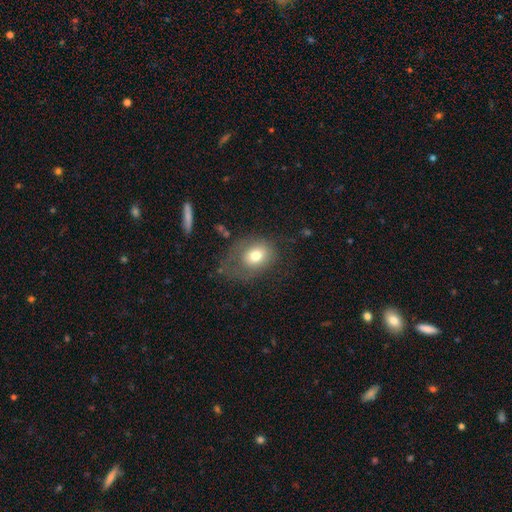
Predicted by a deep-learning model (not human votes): Smooth or featured?
  - smooth: 69% *
  - featured or disk: 22%
  - star or artifact: 9%
How rounded?
  - in between: 58% *
  - round: 41%
  - cigar-shaped: 1%
Merging?
  - none: 39% *
  - major disturbance: 34%
  - minor disturbance: 24%
  - merger: 3%